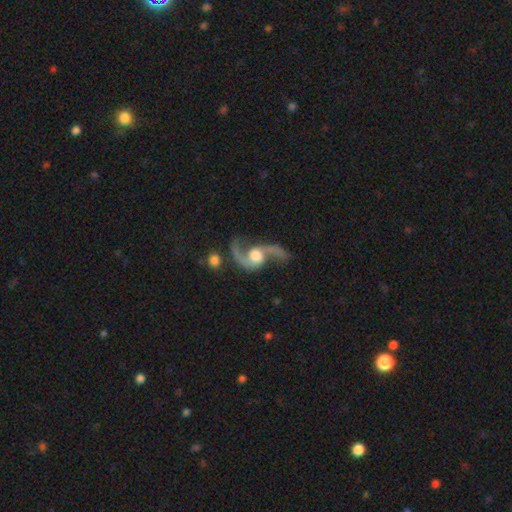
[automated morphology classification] Smooth or featured? featured or disk (91%)
Edge-on disk? no (97%)
Bar? no (59%)
Spiral arms? yes (97%)
Spiral winding? loose (76%)
Spiral arm count? 2 (94%)
Bulge size? large (42%, tied with moderate)
Merging? none (64%)